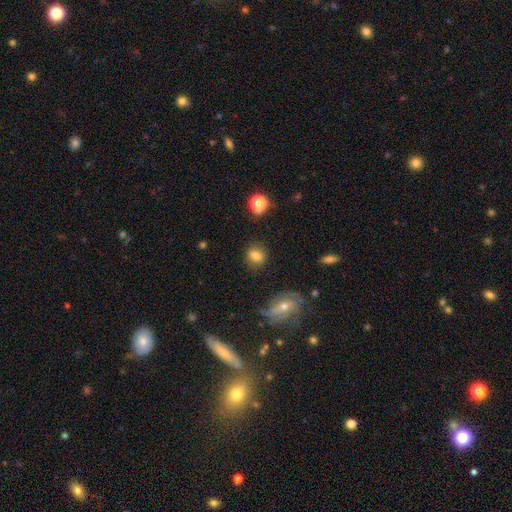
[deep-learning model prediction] smooth_or_featured: smooth (p=0.77) [alt: star or artifact p=0.12]
how_rounded: round (p=0.66) [alt: in between p=0.32]
merging: none (p=0.83) [alt: minor disturbance p=0.11]